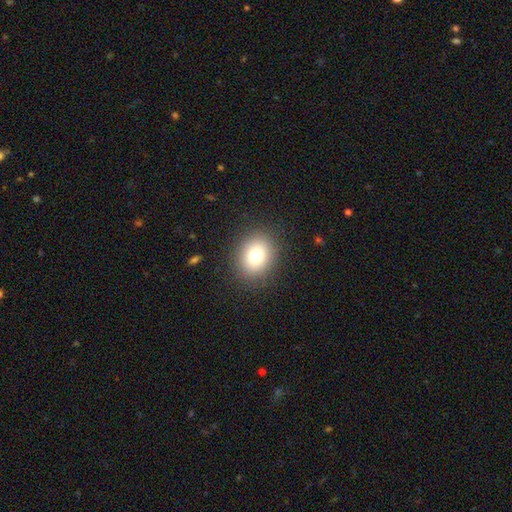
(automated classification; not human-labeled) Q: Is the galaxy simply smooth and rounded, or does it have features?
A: smooth — 78%.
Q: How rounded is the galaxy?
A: round — 59%.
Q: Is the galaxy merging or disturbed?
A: none — 88%.